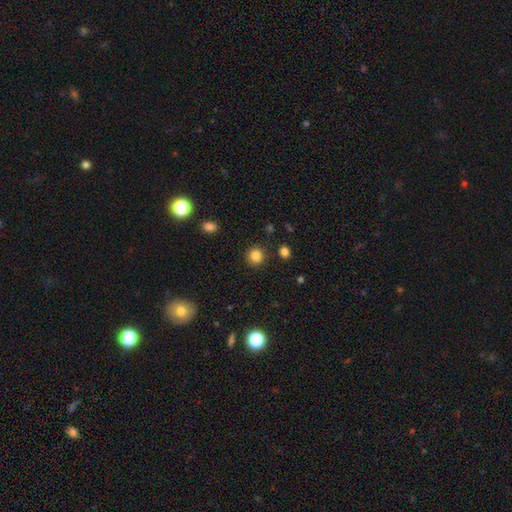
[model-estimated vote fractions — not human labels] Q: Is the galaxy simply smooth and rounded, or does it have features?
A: smooth — 84%.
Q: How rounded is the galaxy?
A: round — 91%.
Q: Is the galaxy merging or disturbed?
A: none — 90%.